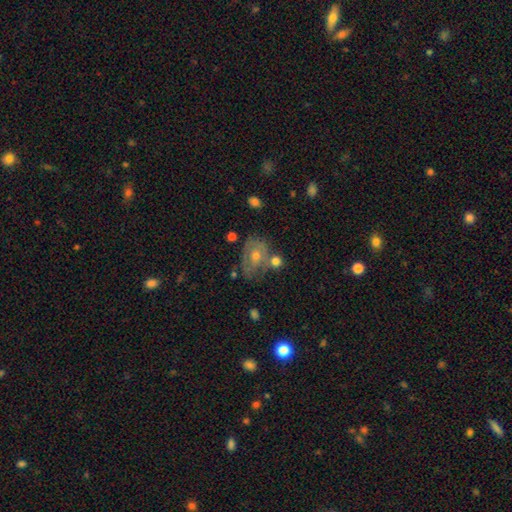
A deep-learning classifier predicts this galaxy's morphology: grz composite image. It shows a featured or disk galaxy (47%). Merging: none (49%).